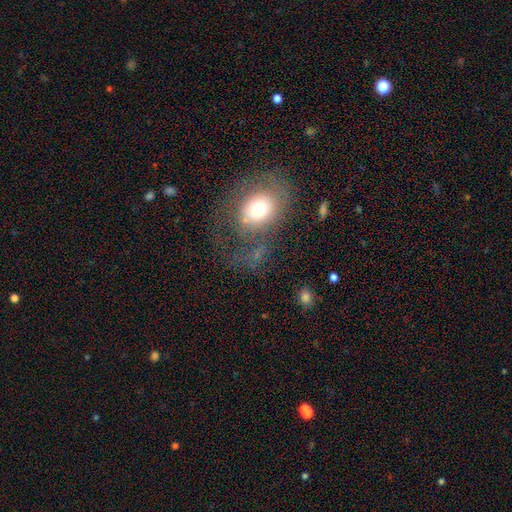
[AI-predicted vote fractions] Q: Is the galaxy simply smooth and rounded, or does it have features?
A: smooth — 57%.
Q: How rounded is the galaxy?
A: in between — 54%.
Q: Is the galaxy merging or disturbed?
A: none — 39%.